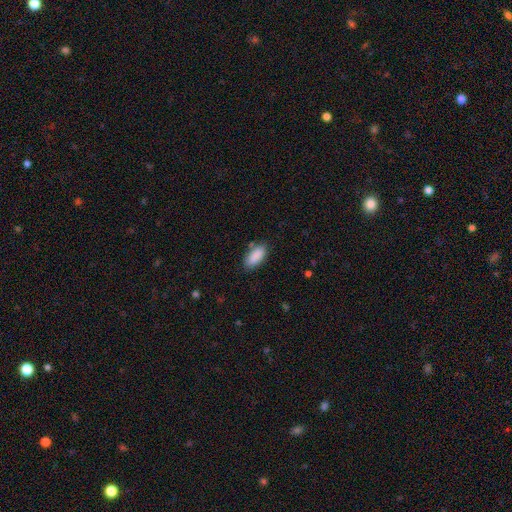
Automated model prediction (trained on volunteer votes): smooth 89%, star or artifact 7%, featured or disk 4%. Down the decision tree: how rounded — in between (89%); merging — none (80%).